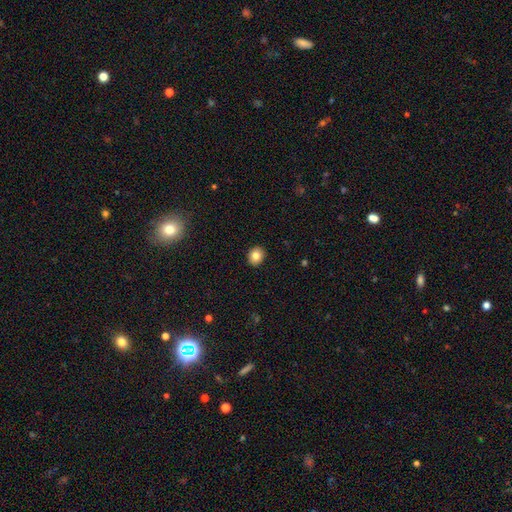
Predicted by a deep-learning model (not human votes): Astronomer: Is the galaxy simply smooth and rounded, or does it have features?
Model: smooth — 83%.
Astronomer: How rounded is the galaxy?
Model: round — 71%.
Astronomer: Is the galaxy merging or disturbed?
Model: none — 91%.